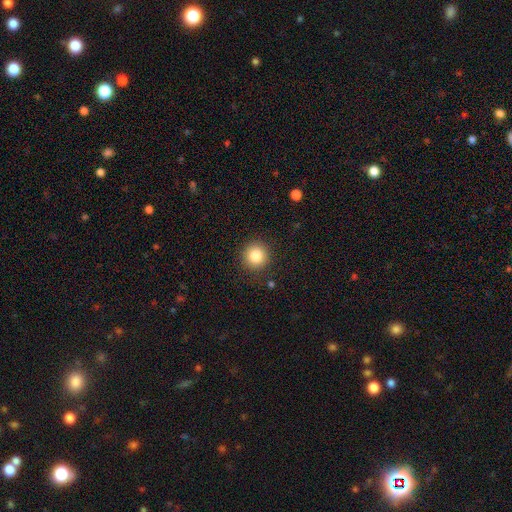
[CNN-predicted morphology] This appears to be a smooth galaxy with no disk features (84%) that is round (94%). Merging: none (90%).